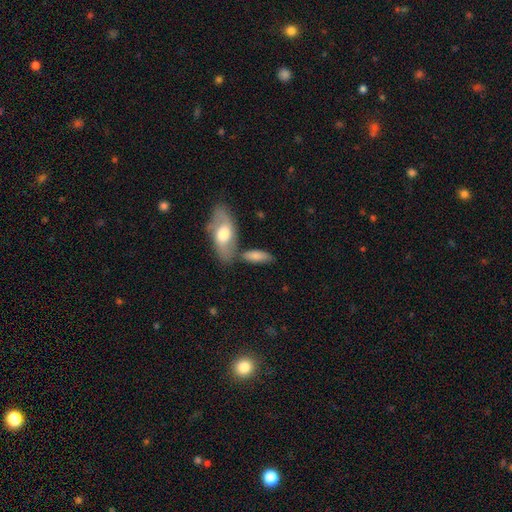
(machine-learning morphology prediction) Smooth or featured? smooth (75%)
How rounded? in between (73%)
Merging? none (59%)